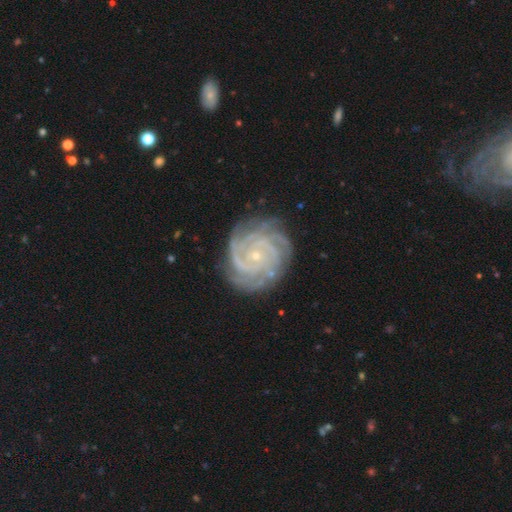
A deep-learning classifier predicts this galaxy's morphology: Smooth or featured?
  - featured or disk: 90% *
  - star or artifact: 6%
  - smooth: 4%
Edge-on disk?
  - no: 98% *
  - yes: 2%
Bar?
  - no: 76% *
  - weak: 18%
  - strong: 7%
Spiral arms?
  - yes: 98% *
  - no: 2%
Spiral winding?
  - tight: 82% *
  - medium: 16%
  - loose: 2%
Spiral arm count?
  - 4: 28% *
  - 3: 21%
  - can't tell: 16%
  - 2: 13%
  - more than 4: 13%
  - 1: 8%
Bulge size?
  - small: 86% *
  - moderate: 11%
  - none: 2%
  - large: 1%
  - dominant: 1%
Merging?
  - none: 82% *
  - minor disturbance: 13%
  - major disturbance: 4%
  - merger: 1%